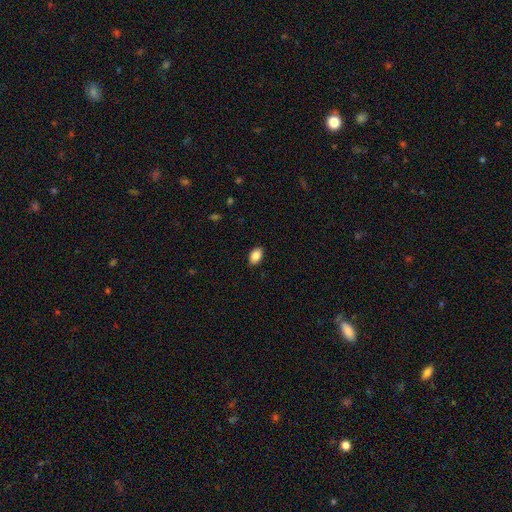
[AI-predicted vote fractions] smooth-or-featured: smooth: 87% | star or artifact: 8% | featured or disk: 5%
  how-rounded: in between: 90% | round: 9% | cigar-shaped: 1%
  merging: none: 89% | minor disturbance: 8% | major disturbance: 2% | merger: 1%